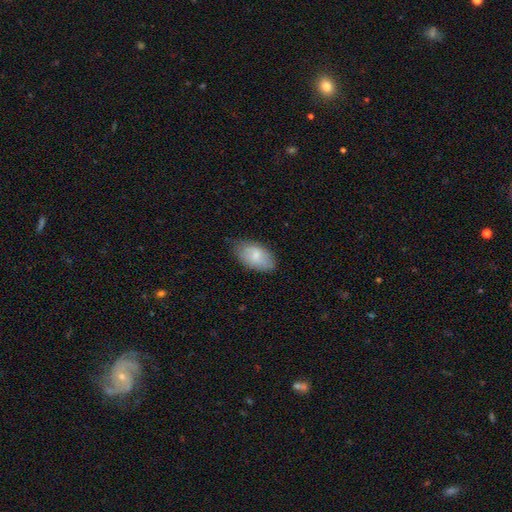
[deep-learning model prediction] smooth_or_featured: smooth (p=0.78) [alt: featured or disk p=0.15]
how_rounded: in between (p=0.94) [alt: round p=0.04]
merging: none (p=0.71) [alt: minor disturbance p=0.23]